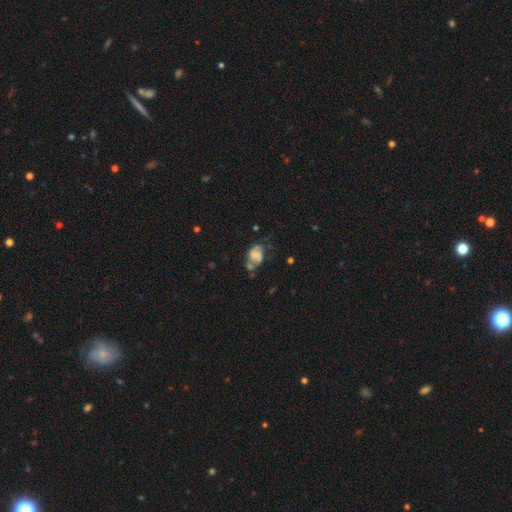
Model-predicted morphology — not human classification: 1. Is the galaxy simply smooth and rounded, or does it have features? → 50% featured or disk, 39% smooth, 11% star or artifact.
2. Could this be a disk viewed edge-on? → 97% no, 3% yes.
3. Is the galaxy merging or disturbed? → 31% none, 27% major disturbance, 26% minor disturbance, 16% merger.